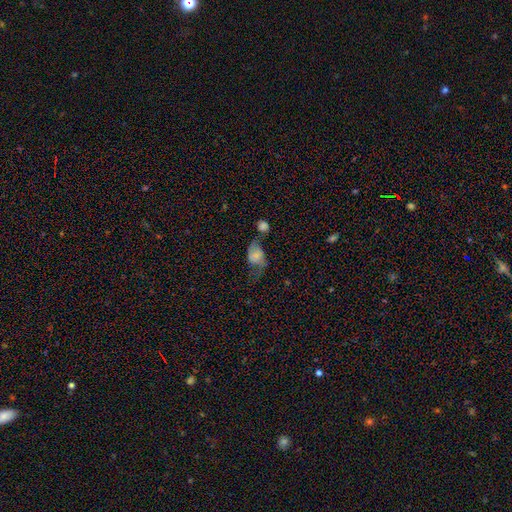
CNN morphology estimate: Smooth or featured? featured or disk (47%)
Merging? major disturbance (29%)